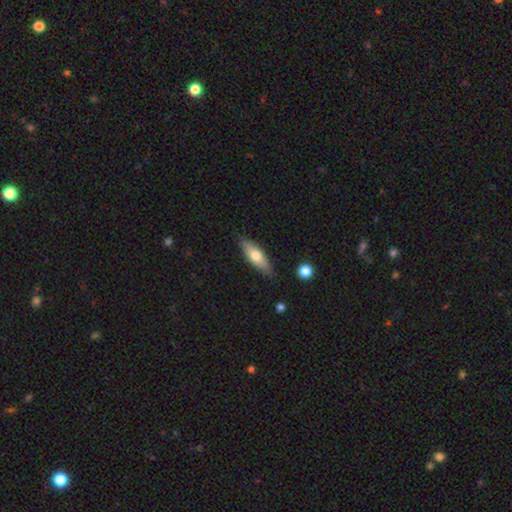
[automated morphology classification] smooth_or_featured: smooth (p=0.62) [alt: featured or disk p=0.32]
how_rounded: in between (p=0.52) [alt: cigar-shaped p=0.45]
merging: none (p=0.83) [alt: minor disturbance p=0.13]